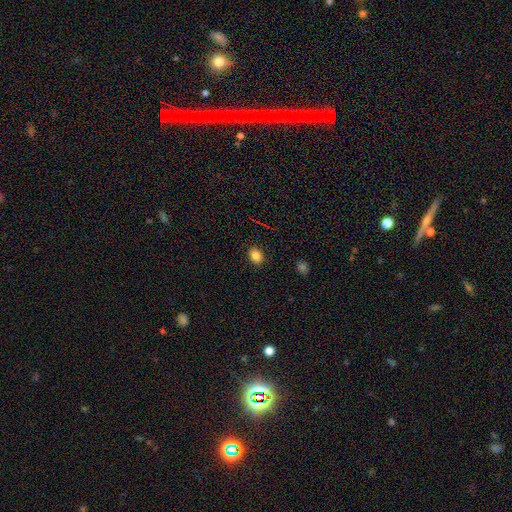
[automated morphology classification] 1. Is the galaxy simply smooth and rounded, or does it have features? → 84% smooth, 11% star or artifact, 4% featured or disk.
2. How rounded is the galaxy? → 50% round, 49% in between, 1% cigar-shaped.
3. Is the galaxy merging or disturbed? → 89% none, 8% minor disturbance, 2% major disturbance, 1% merger.